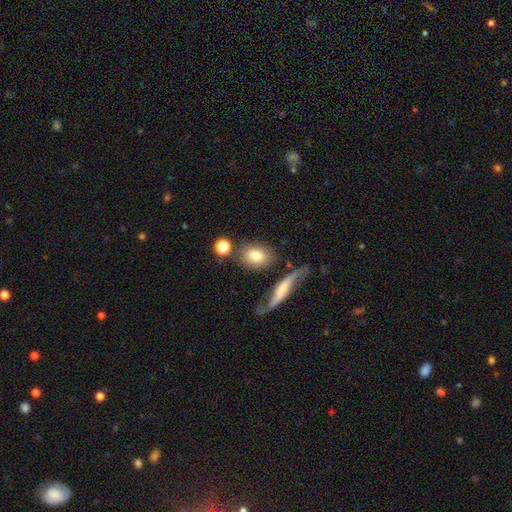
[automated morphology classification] smooth-or-featured: smooth: 76% | featured or disk: 16% | star or artifact: 8%
  how-rounded: in between: 61% | round: 36% | cigar-shaped: 4%
  merging: none: 71% | minor disturbance: 13% | merger: 11% | major disturbance: 5%